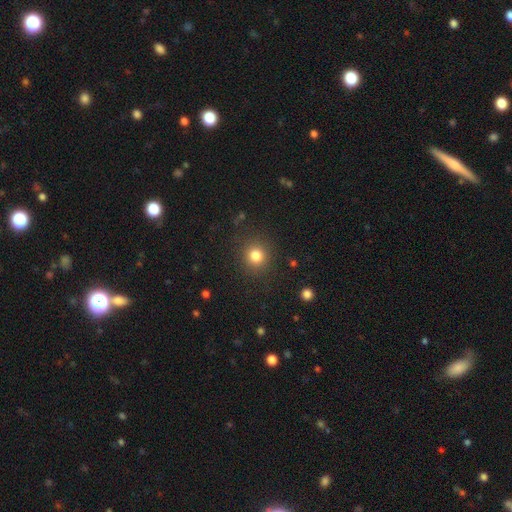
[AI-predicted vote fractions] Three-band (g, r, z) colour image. It shows a smooth galaxy with no disk features (81%) that is round (91%). Merging: none (88%).